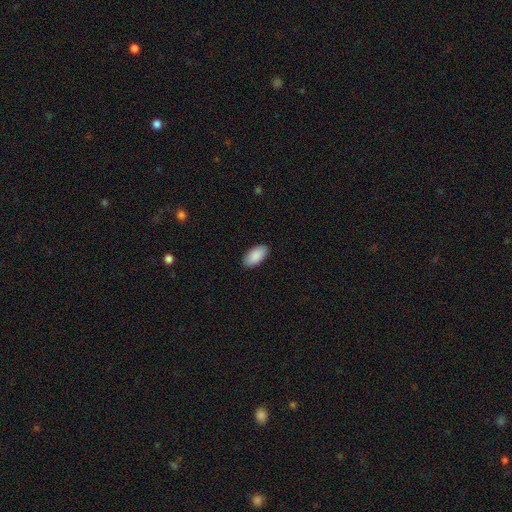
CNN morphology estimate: The model was most divided on "merging": none: 89%, minor disturbance: 8%, major disturbance: 2%, merger: 1%. More confident: how rounded — in between (96%); smooth or featured — smooth (90%).